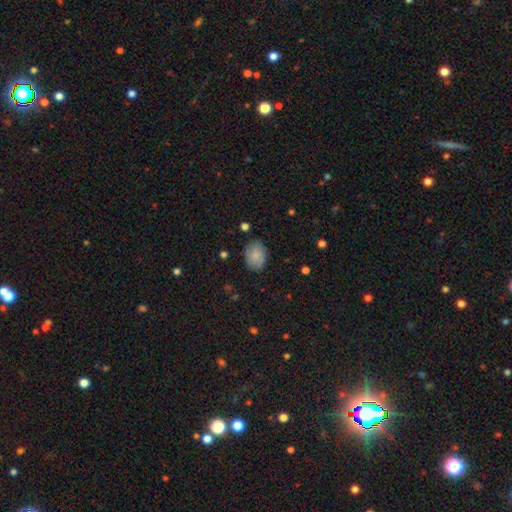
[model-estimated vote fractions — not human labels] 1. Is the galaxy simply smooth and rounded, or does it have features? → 82% smooth, 11% featured or disk, 7% star or artifact.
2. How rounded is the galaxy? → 68% in between, 31% round, 1% cigar-shaped.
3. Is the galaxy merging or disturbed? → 82% none, 13% minor disturbance, 3% major disturbance, 1% merger.